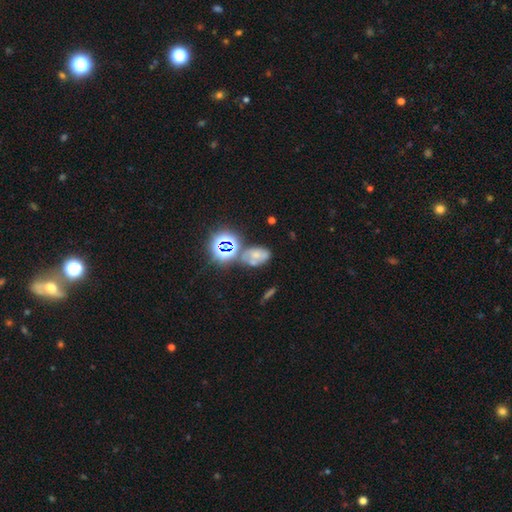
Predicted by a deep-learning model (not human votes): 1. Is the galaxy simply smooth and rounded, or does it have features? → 43% smooth, 31% star or artifact, 26% featured or disk.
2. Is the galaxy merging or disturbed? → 43% none, 25% merger, 20% minor disturbance, 12% major disturbance.